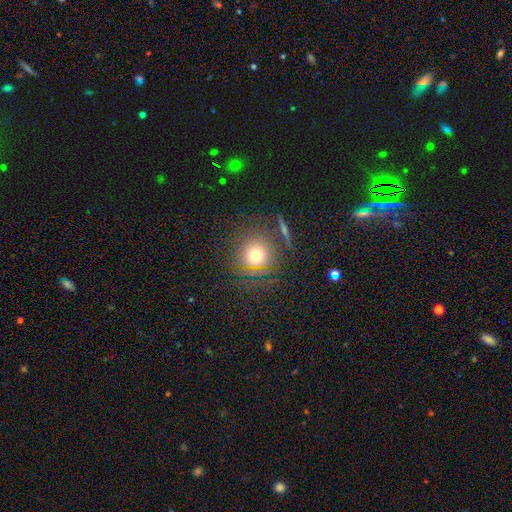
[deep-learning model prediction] smooth-or-featured: smooth: 68% | star or artifact: 20% | featured or disk: 12%
  how-rounded: round: 92% | in between: 7% | cigar-shaped: 1%
  merging: none: 84% | minor disturbance: 9% | major disturbance: 4% | merger: 3%